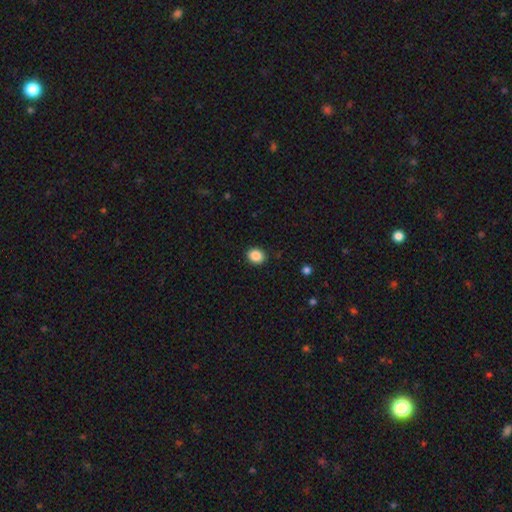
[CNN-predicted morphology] smooth 88%, star or artifact 9%, featured or disk 3%. Down the decision tree: how rounded — round (59%); merging — none (90%).